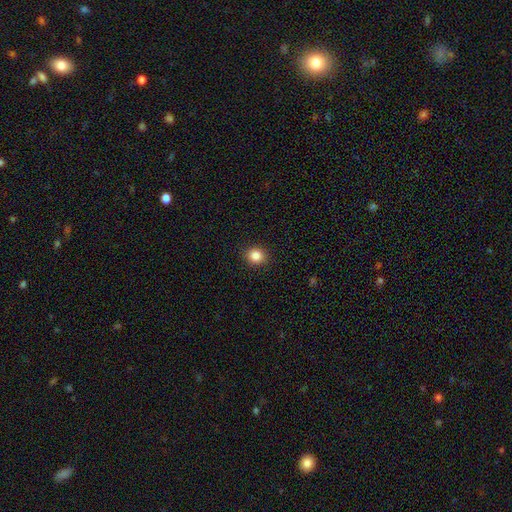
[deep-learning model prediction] smooth-or-featured: smooth: 85% | star or artifact: 11% | featured or disk: 4%
  how-rounded: round: 86% | in between: 13% | cigar-shaped: 1%
  merging: none: 91% | minor disturbance: 6% | major disturbance: 2% | merger: 1%